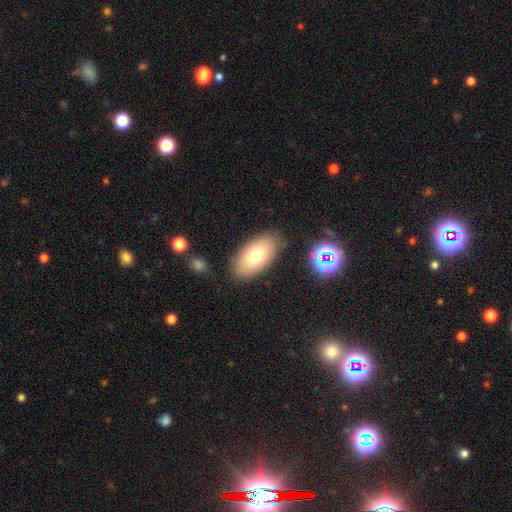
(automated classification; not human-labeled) This is likely a smooth galaxy (74%). How rounded: clearly in between (93%). Merging: clearly none (83%).